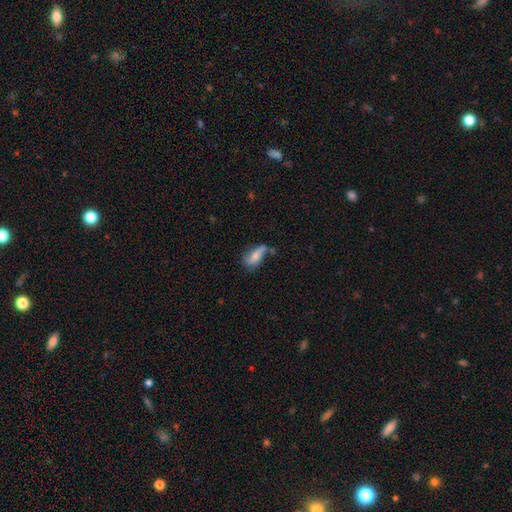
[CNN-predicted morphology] Smooth or featured?
  - smooth: 63% *
  - featured or disk: 28%
  - star or artifact: 9%
How rounded?
  - in between: 79% *
  - cigar-shaped: 17%
  - round: 4%
Merging?
  - none: 37% *
  - minor disturbance: 30%
  - major disturbance: 19%
  - merger: 14%